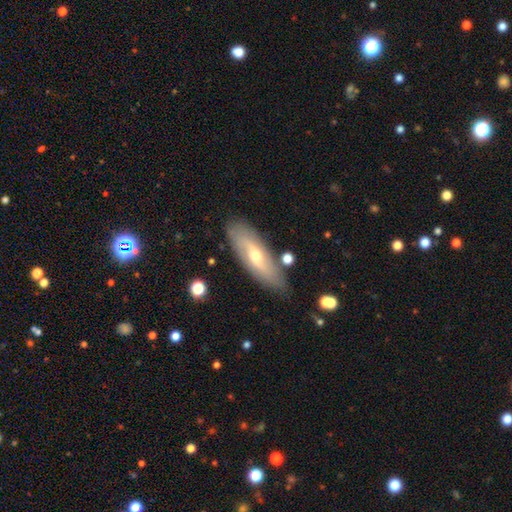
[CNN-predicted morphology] A featured or disk galaxy (55%). Merging: none (81%).